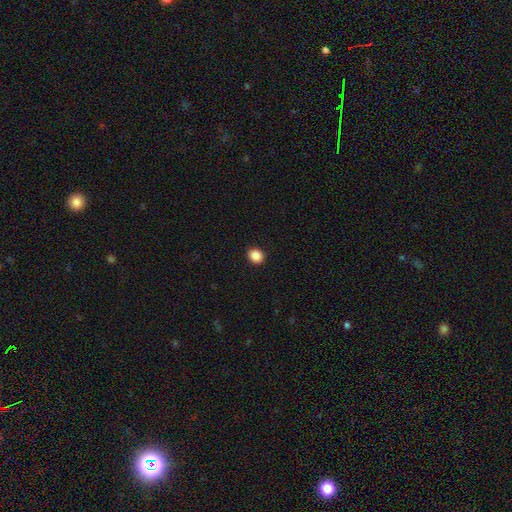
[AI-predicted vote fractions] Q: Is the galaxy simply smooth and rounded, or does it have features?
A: smooth — 88%.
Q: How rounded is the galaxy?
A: round — 69%.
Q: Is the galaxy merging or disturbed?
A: none — 92%.